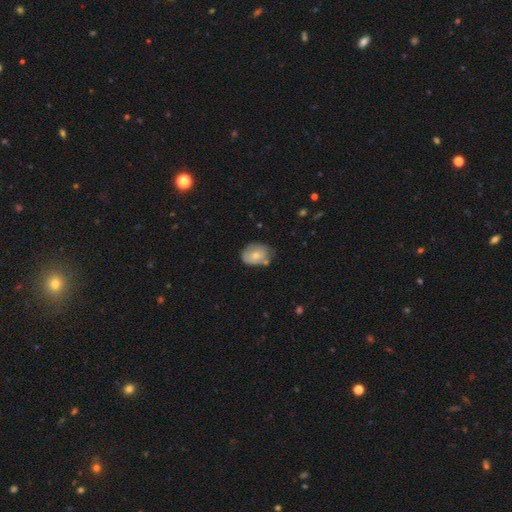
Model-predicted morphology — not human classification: This appears to be a smooth galaxy with no disk features (68%) that is in between round and cigar-shaped (67%). Merging: none (56%).